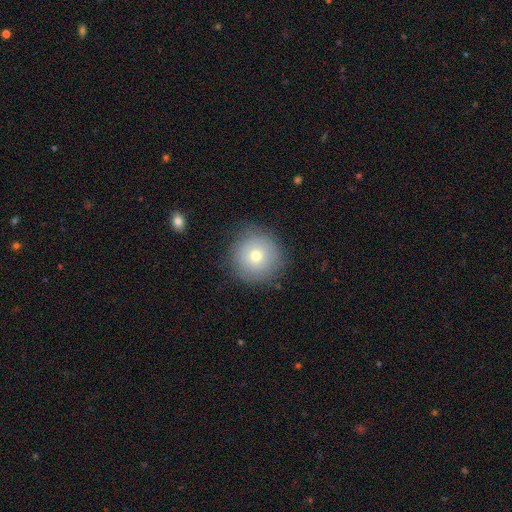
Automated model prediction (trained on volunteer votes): Smooth or featured? Predicted: smooth (p=0.70). How rounded? Predicted: round (p=0.95). Merging? Predicted: none (p=0.84).